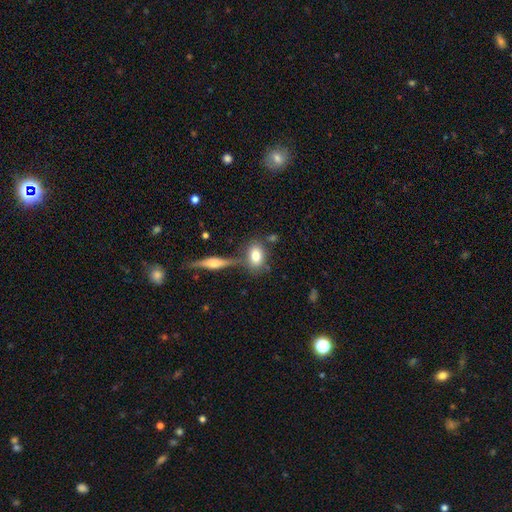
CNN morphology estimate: A smooth galaxy with no disk features (76%) that is in between round and cigar-shaped (75%).

Vote fractions:
- Smooth or featured? smooth: 76% / featured or disk: 17% / star or artifact: 7%
- How rounded? in between: 75% / round: 21% / cigar-shaped: 4%
- Merging? none: 62% / merger: 21% / minor disturbance: 13% / major disturbance: 4%